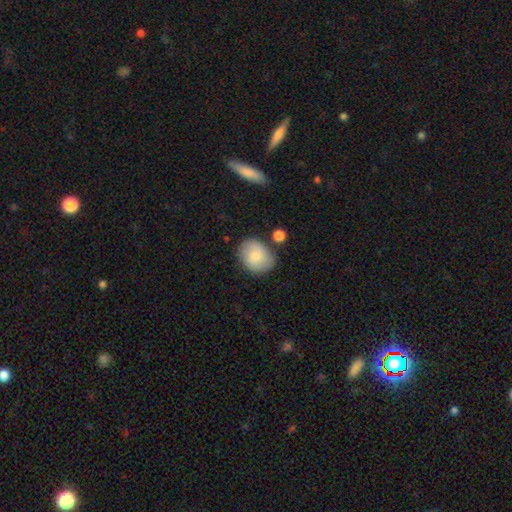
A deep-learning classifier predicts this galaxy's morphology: Smooth or featured: smooth — 73% (featured or disk — 20%)
How rounded: in between — 50% (round — 49%)
Merging: none — 72% (minor disturbance — 17%)